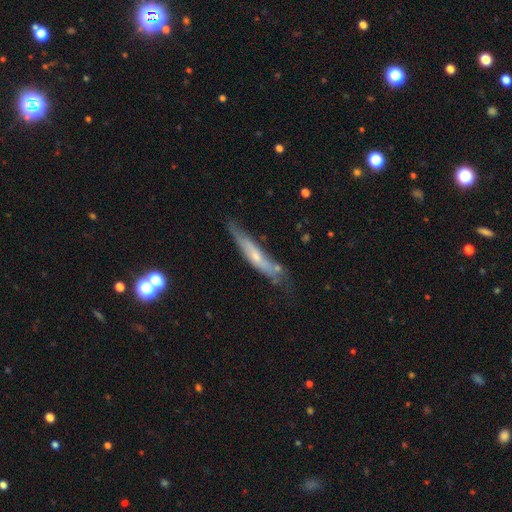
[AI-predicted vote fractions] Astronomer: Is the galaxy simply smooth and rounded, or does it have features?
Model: featured or disk — 53% (runner-up: smooth, 40%).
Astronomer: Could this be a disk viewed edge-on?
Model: yes — 74%.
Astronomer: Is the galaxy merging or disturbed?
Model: none — 56%.